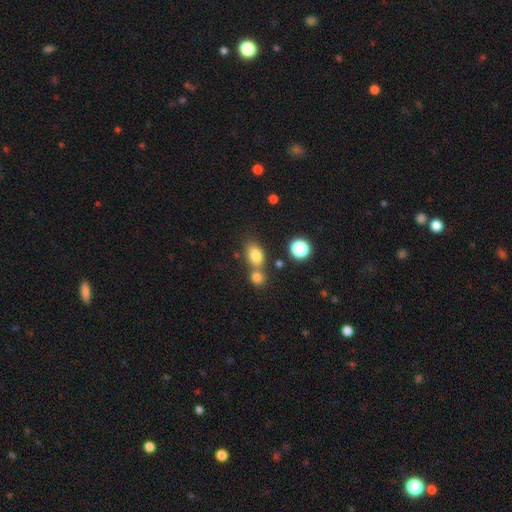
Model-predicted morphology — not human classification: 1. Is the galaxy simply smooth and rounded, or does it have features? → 80% smooth, 11% star or artifact, 9% featured or disk.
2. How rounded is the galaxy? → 74% in between, 24% round, 2% cigar-shaped.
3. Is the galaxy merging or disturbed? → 49% none, 37% merger, 10% minor disturbance, 4% major disturbance.